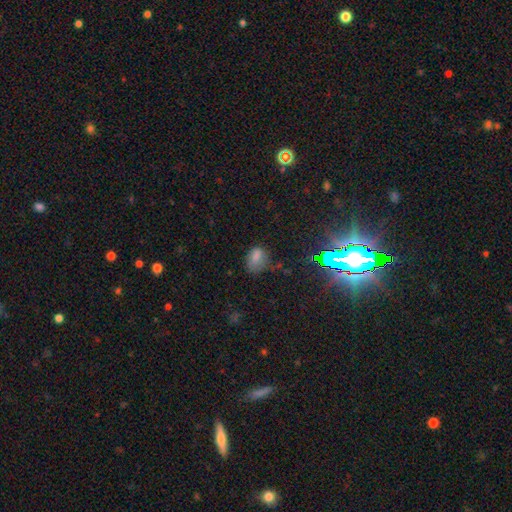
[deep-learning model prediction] A smooth galaxy with no disk features (59%) that is in between round and cigar-shaped (70%). Merging: none (56%).